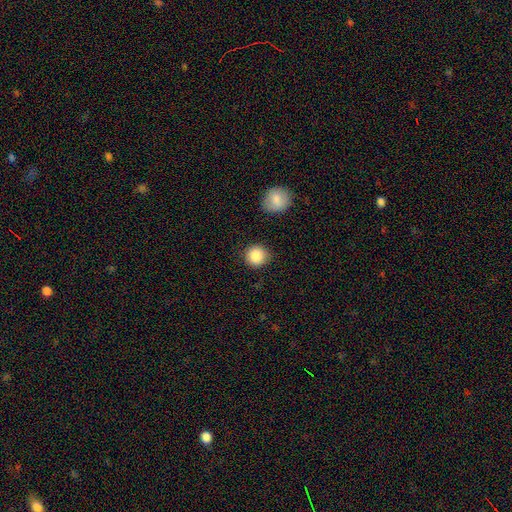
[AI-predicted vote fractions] The model was most divided on "merging": none: 86%, minor disturbance: 9%, major disturbance: 3%, merger: 2%. More confident: how rounded — round (91%); smooth or featured — smooth (87%).